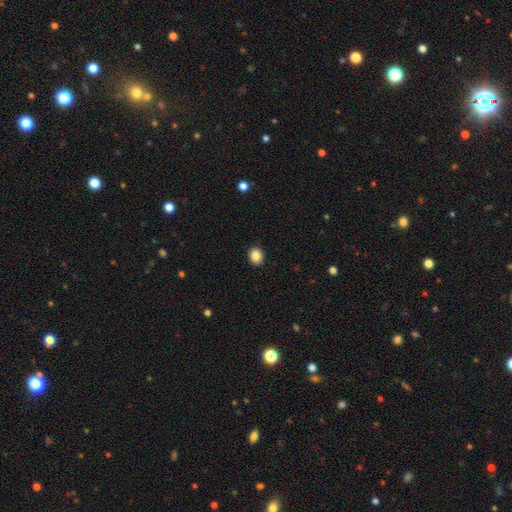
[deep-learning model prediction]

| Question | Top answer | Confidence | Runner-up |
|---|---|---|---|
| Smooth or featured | smooth | 86% | star or artifact (9%) |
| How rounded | round | 65% | in between (35%) |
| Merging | none | 91% | minor disturbance (6%) |